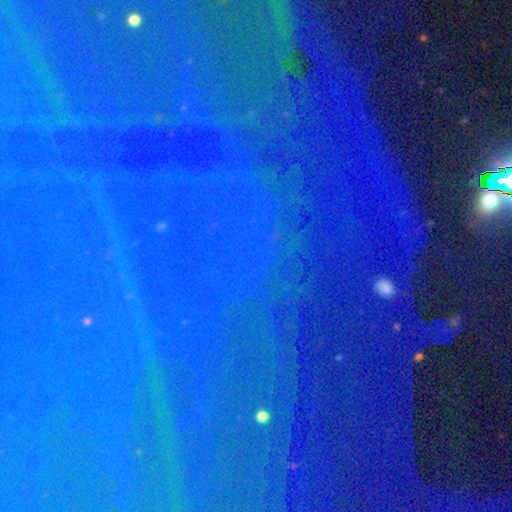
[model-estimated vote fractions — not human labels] A star or artifact, not a galaxy (83%).